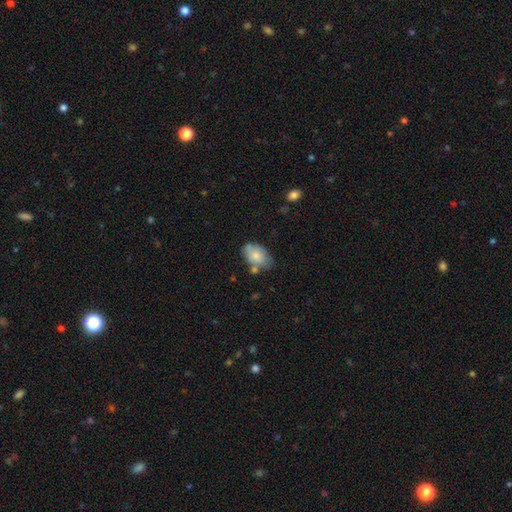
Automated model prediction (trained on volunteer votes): A smooth galaxy with no disk features (79%) that is in between round and cigar-shaped (89%). Merging: none (55%).